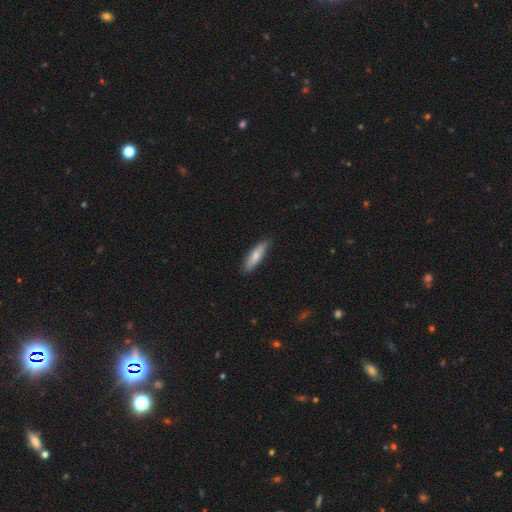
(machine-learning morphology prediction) Smooth or featured?
  - smooth: 75% *
  - featured or disk: 19%
  - star or artifact: 5%
How rounded?
  - cigar-shaped: 65% *
  - in between: 33%
  - round: 2%
Merging?
  - none: 86% *
  - minor disturbance: 11%
  - major disturbance: 2%
  - merger: 1%